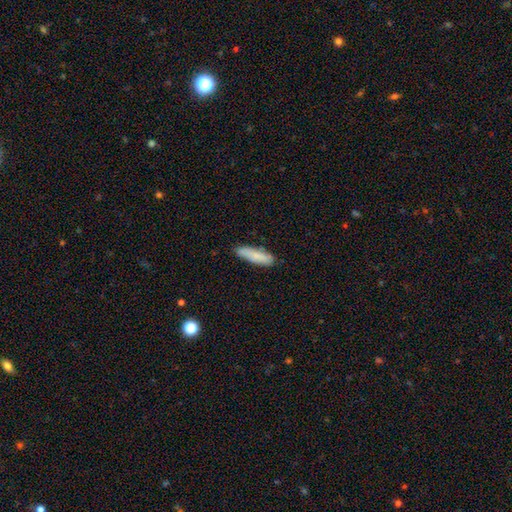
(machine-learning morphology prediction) type=smooth (82%); roundness=cigar-shaped (65%); merging=none (83%).